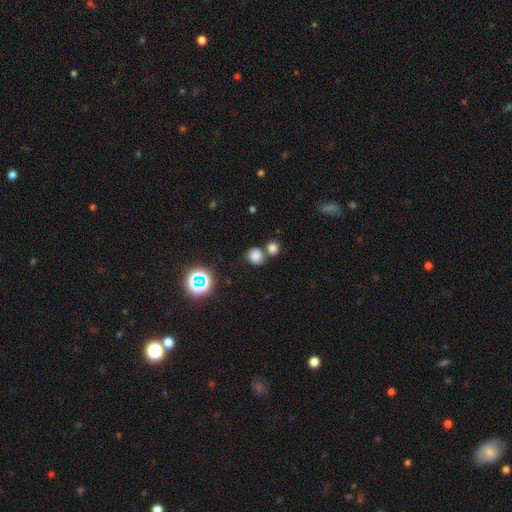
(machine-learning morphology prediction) This is likely a smooth galaxy (77%). How rounded: clearly round (84%). Merging: possibly none (58%).